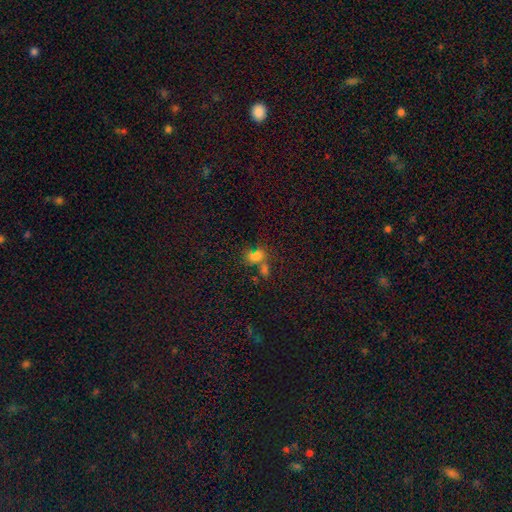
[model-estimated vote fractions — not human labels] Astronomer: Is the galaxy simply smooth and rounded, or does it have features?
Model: smooth — 68%.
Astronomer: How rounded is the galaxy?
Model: in between — 54% (runner-up: round, 44%).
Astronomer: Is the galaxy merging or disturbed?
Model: none — 41% (runner-up: merger, 38%).